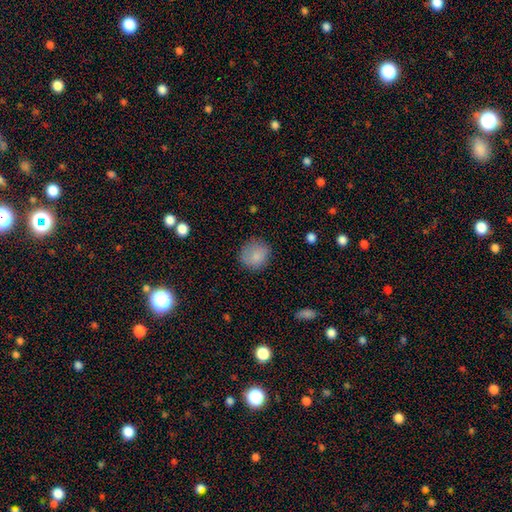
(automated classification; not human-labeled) Morphology: type=smooth (84%); roundness=round (87%); merging=none (81%).